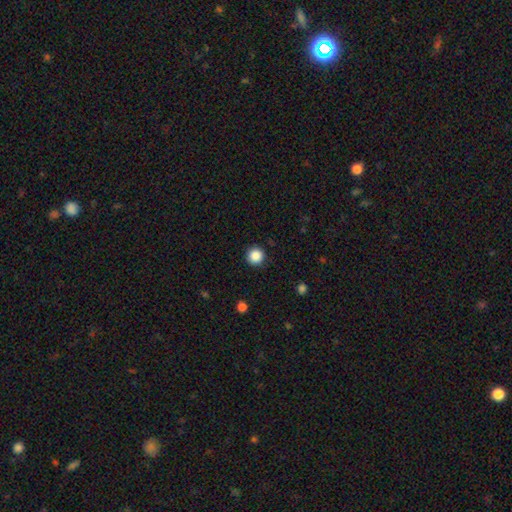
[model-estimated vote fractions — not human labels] Smooth or featured? Predicted: smooth (p=0.87). How rounded? Predicted: round (p=0.96). Merging? Predicted: none (p=0.92).